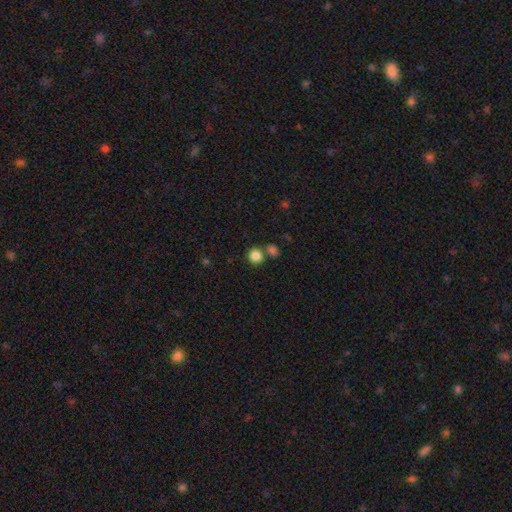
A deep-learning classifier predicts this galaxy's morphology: Smooth or featured: smooth — 85% (star or artifact — 11%)
How rounded: round — 90% (in between — 9%)
Merging: none — 70% (merger — 19%)